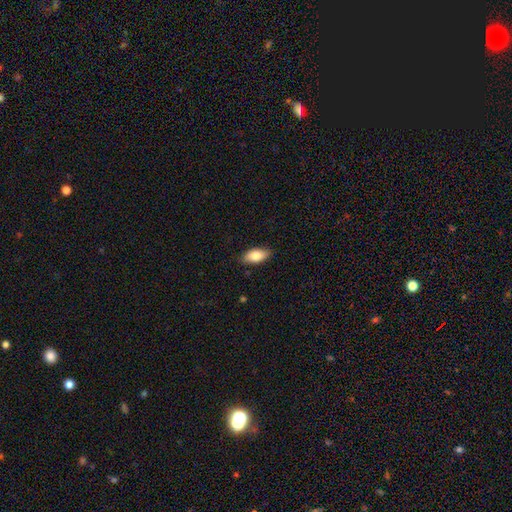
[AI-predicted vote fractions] The model was most divided on "smooth or featured": smooth: 82%, featured or disk: 12%, star or artifact: 6%. More confident: how rounded — in between (90%); merging — none (85%).